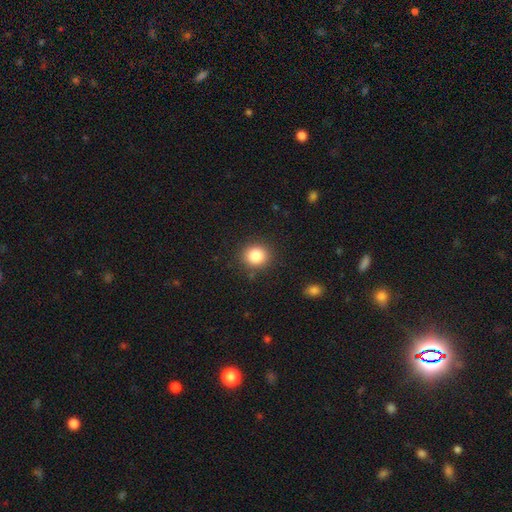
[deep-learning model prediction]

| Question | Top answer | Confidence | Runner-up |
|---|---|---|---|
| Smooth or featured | smooth | 85% | star or artifact (10%) |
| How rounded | round | 85% | in between (14%) |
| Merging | none | 89% | minor disturbance (7%) |